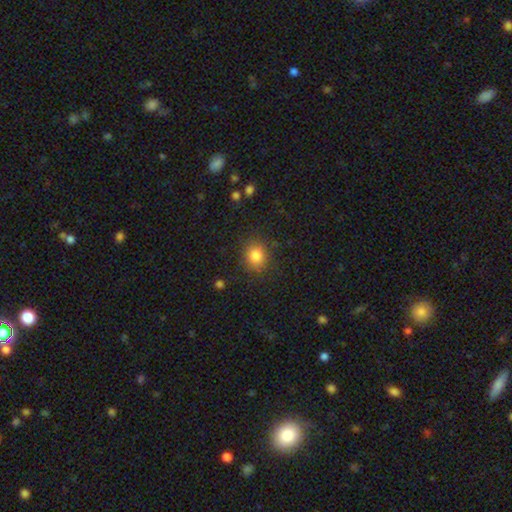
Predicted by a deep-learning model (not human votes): Smooth or featured? smooth (83%)
How rounded? round (75%)
Merging? none (85%)